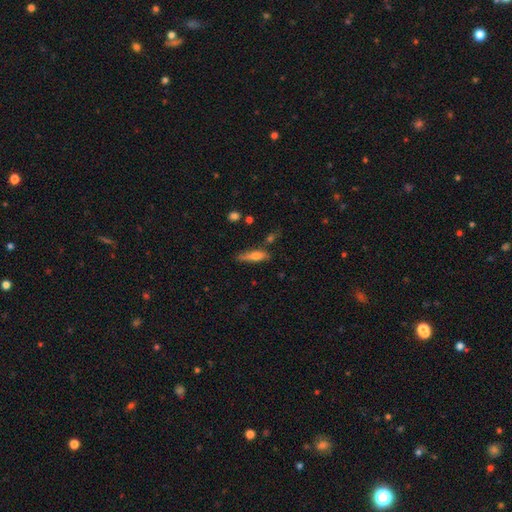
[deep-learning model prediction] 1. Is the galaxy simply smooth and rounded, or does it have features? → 61% smooth, 32% featured or disk, 7% star or artifact.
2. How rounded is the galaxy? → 69% cigar-shaped, 29% in between, 2% round.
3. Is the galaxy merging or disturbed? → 69% none, 20% minor disturbance, 5% merger, 5% major disturbance.